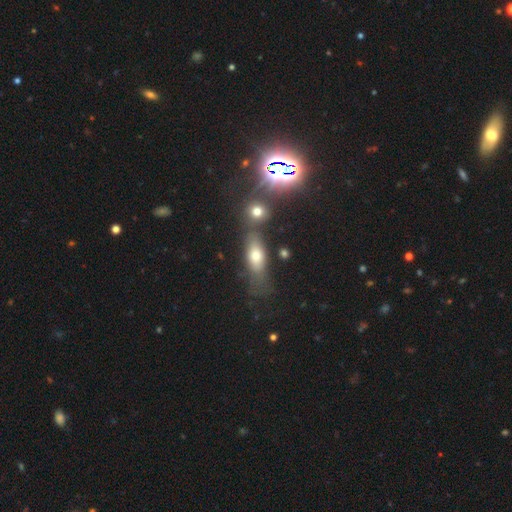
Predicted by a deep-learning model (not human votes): Morphology: type=smooth (55%); roundness=in between (57%); merging=none (60%).